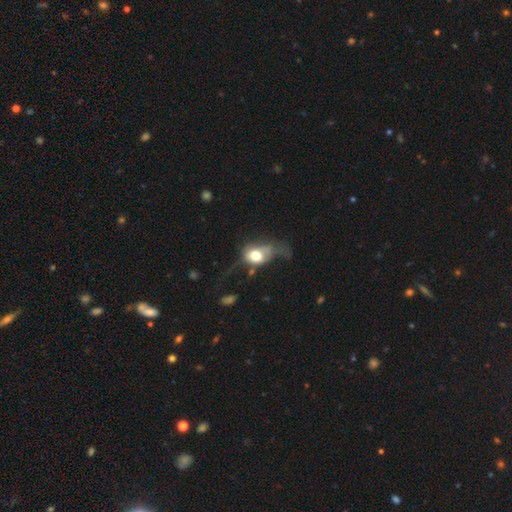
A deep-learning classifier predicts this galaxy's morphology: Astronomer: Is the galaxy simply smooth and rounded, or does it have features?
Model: smooth — 66%.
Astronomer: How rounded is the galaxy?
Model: in between — 61% (runner-up: round, 37%).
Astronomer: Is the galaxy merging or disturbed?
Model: major disturbance — 52%.